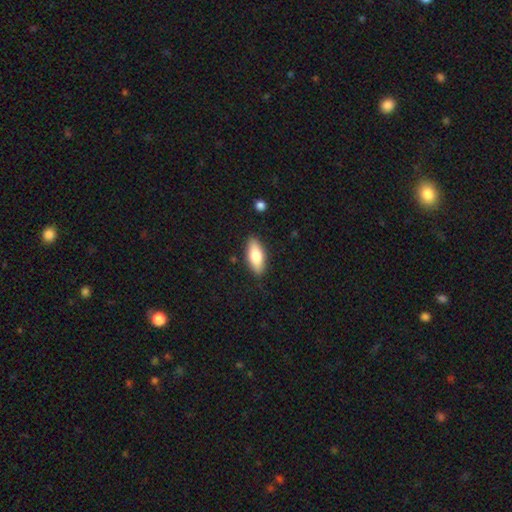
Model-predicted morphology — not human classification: Q: Smooth or featured?
A: smooth (75%); runner-up: featured or disk (19%)
Q: How rounded?
A: in between (79%); runner-up: cigar-shaped (19%)
Q: Merging?
A: none (87%); runner-up: minor disturbance (10%)